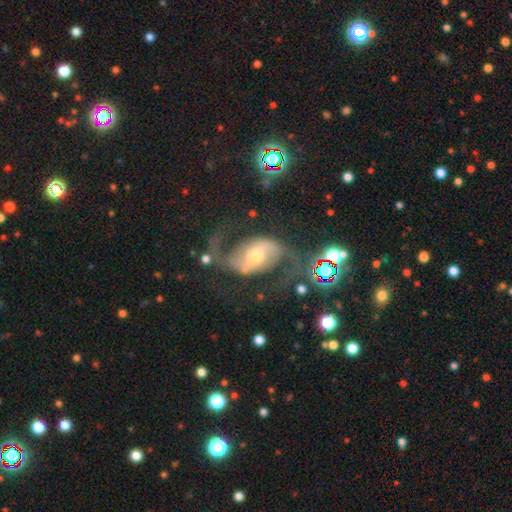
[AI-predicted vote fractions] Overall: featured or disk (87%). Edge-on disk: no (97%). Bar: weak (36%, tied with strong). Spiral arms: yes (96%). Spiral arm count: 2 (93%). Spiral winding: loose (53%; medium 39%). Bulge size: moderate (60%; small 30%). Merging: none (71%).